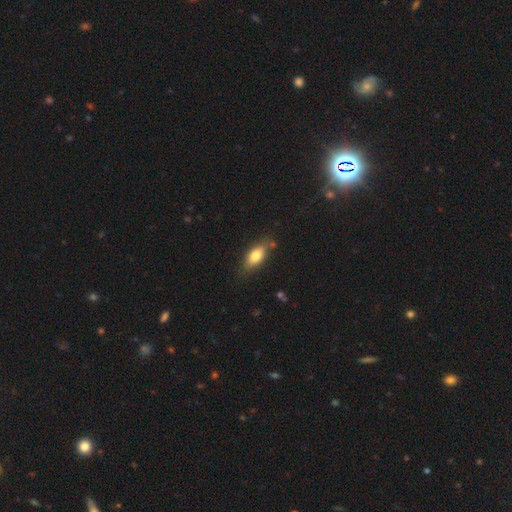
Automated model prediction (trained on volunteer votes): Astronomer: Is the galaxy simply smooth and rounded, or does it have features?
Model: smooth — 76%.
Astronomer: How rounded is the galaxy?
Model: in between — 81%.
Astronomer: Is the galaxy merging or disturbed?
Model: none — 76%.